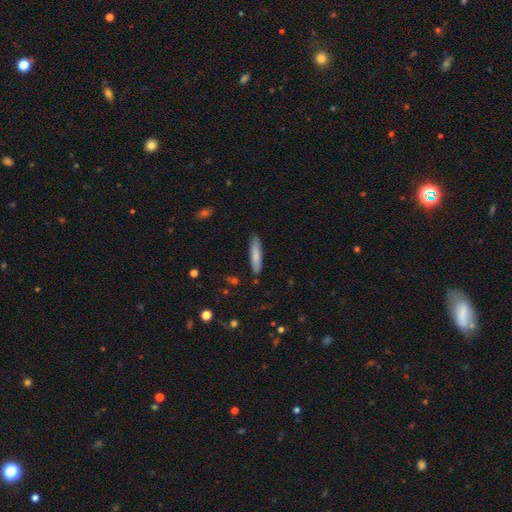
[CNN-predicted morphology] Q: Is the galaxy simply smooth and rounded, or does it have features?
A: smooth — 77%.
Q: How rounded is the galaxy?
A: cigar-shaped — 86%.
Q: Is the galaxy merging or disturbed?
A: none — 86%.